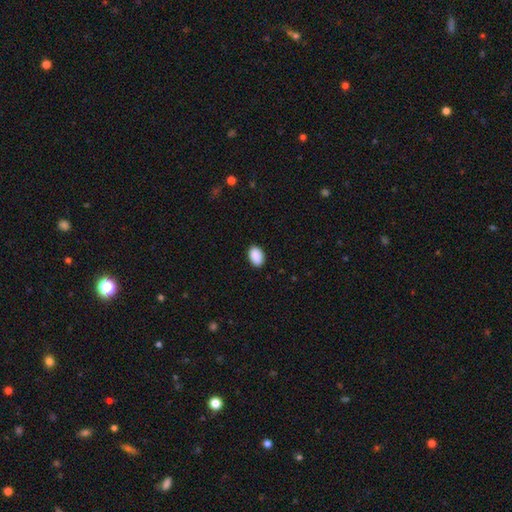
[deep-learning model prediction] A smooth galaxy with no disk features (91%) that is in between round and cigar-shaped (89%).

Vote fractions:
- Smooth or featured? smooth: 91% / star or artifact: 7% / featured or disk: 2%
- How rounded? in between: 89% / round: 10% / cigar-shaped: 1%
- Merging? none: 89% / minor disturbance: 9% / major disturbance: 2% / merger: 1%